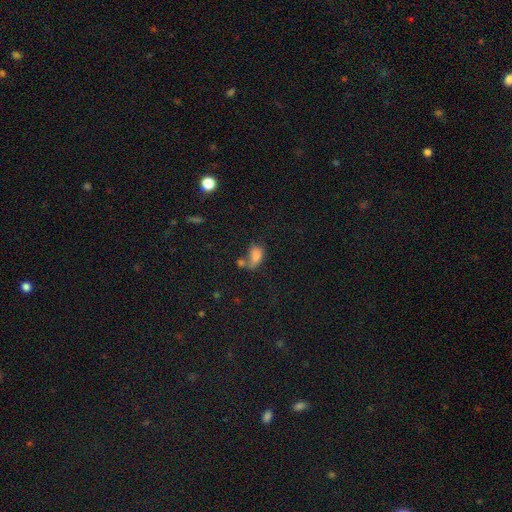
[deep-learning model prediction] Overall: smooth (75%). How rounded: in between (85%). Merging: merger (37%; none 26%).